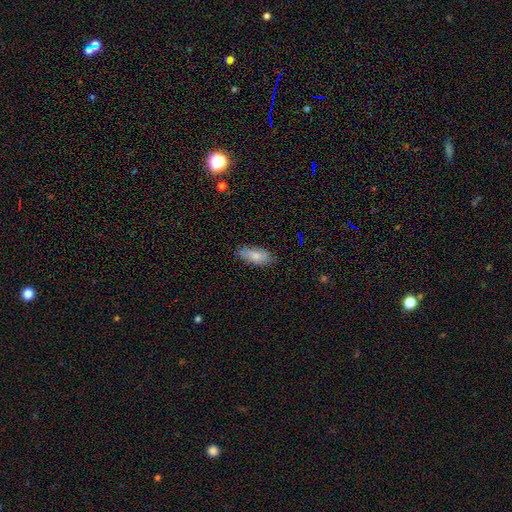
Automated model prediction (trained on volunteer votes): smooth-or-featured: smooth: 75% | featured or disk: 18% | star or artifact: 7%
  how-rounded: in between: 86% | cigar-shaped: 12% | round: 2%
  merging: none: 75% | minor disturbance: 20% | major disturbance: 4% | merger: 1%